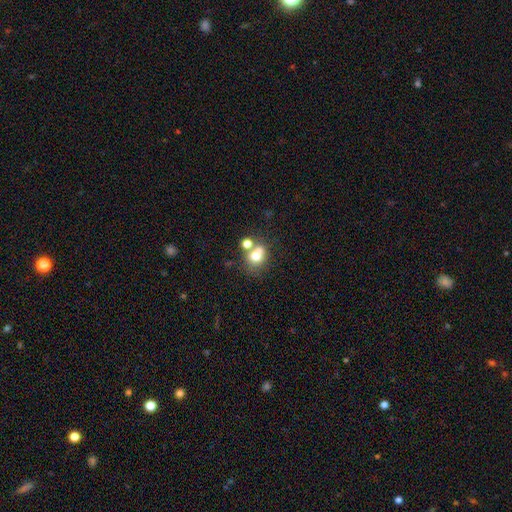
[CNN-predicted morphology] Q: Smooth or featured?
A: smooth (68%); runner-up: featured or disk (18%)
Q: How rounded?
A: round (66%); runner-up: in between (33%)
Q: Merging?
A: merger (44%); runner-up: none (41%)